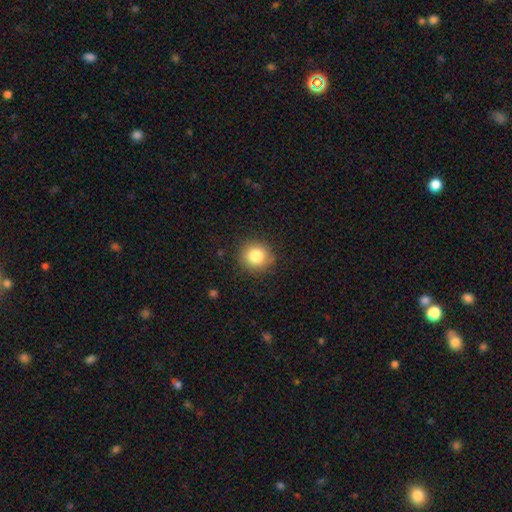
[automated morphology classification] type=smooth (83%); roundness=round (91%); merging=none (88%).